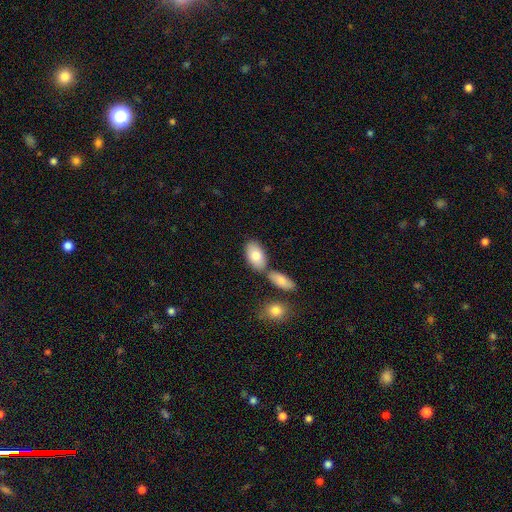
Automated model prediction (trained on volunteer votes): Smooth or featured? Predicted: smooth (p=0.80). How rounded? Predicted: in between (p=0.93). Merging? Predicted: none (p=0.65).